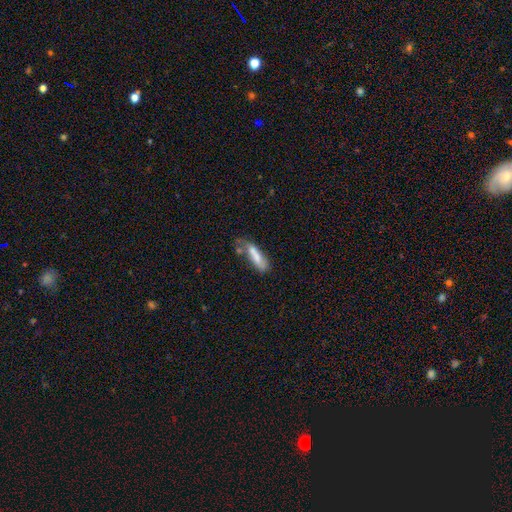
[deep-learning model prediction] Overall: smooth (70%). How rounded: cigar-shaped (64%; in between 34%). Merging: none (38%; minor disturbance 29%).